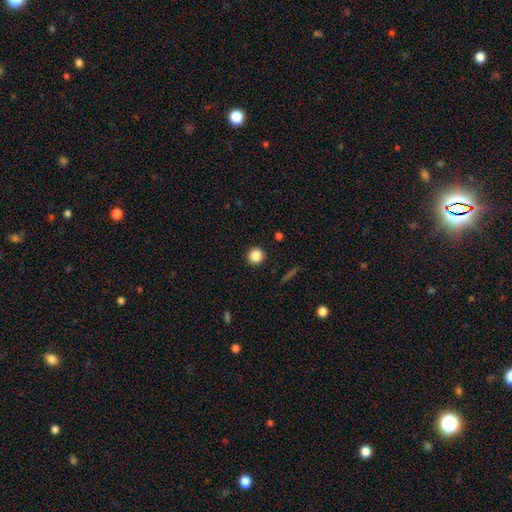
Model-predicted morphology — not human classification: smooth-or-featured: smooth: 85% | star or artifact: 10% | featured or disk: 4%
  how-rounded: round: 96% | in between: 3% | cigar-shaped: 1%
  merging: none: 93% | minor disturbance: 5% | major disturbance: 2% | merger: 1%